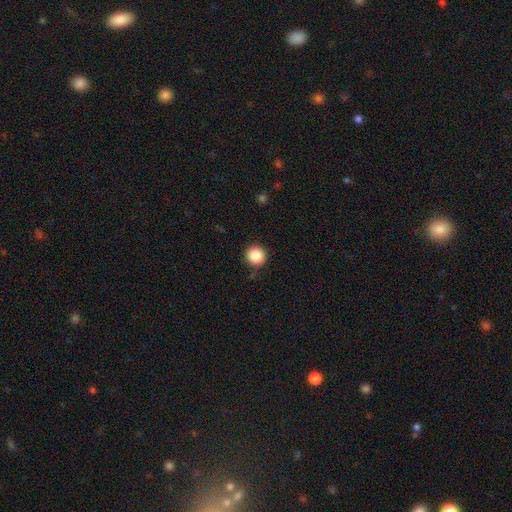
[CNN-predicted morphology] smooth 87%, star or artifact 9%, featured or disk 3%. Down the decision tree: how rounded — round (95%); merging — none (89%).